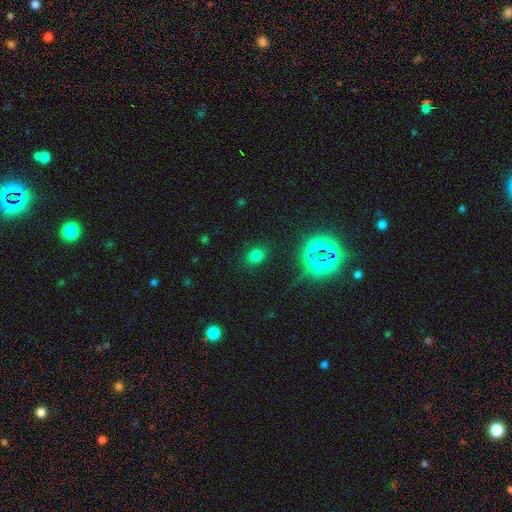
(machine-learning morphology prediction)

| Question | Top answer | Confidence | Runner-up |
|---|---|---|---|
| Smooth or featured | smooth | 68% | star or artifact (25%) |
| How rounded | in between | 51% | round (48%) |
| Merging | none | 84% | minor disturbance (10%) |